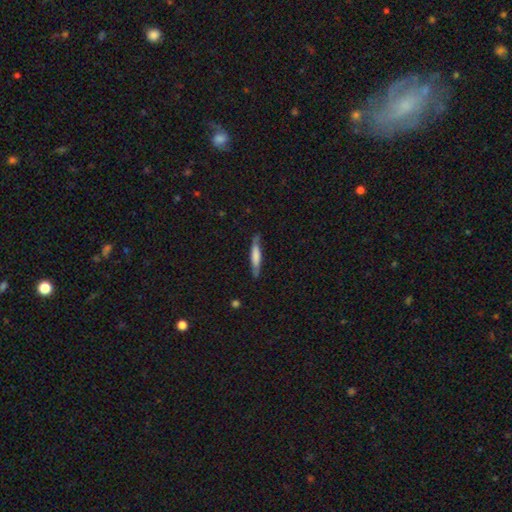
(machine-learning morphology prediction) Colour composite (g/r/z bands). It shows a smooth galaxy with no disk features (60%) that is cigar-shaped (88%). Merging: none (79%).